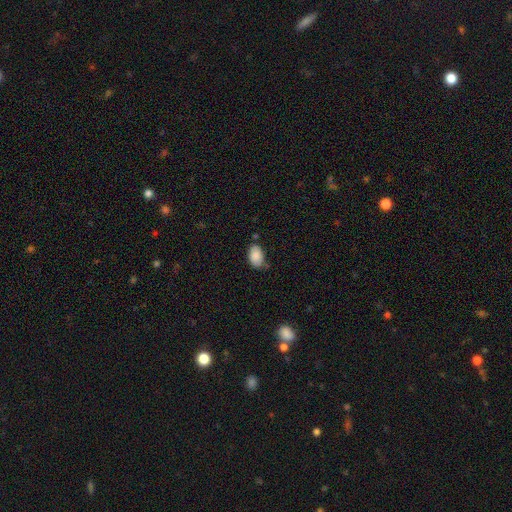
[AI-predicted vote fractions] Q: Smooth or featured?
A: smooth (88%); runner-up: star or artifact (7%)
Q: How rounded?
A: in between (92%); runner-up: round (7%)
Q: Merging?
A: none (70%); runner-up: minor disturbance (22%)